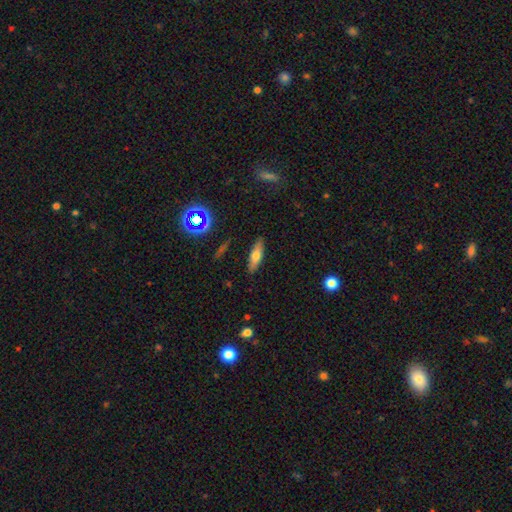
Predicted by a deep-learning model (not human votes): Smooth or featured?
  - smooth: 58% *
  - featured or disk: 33%
  - star or artifact: 10%
How rounded?
  - cigar-shaped: 57% *
  - in between: 40%
  - round: 3%
Merging?
  - none: 88% *
  - minor disturbance: 9%
  - major disturbance: 2%
  - merger: 2%